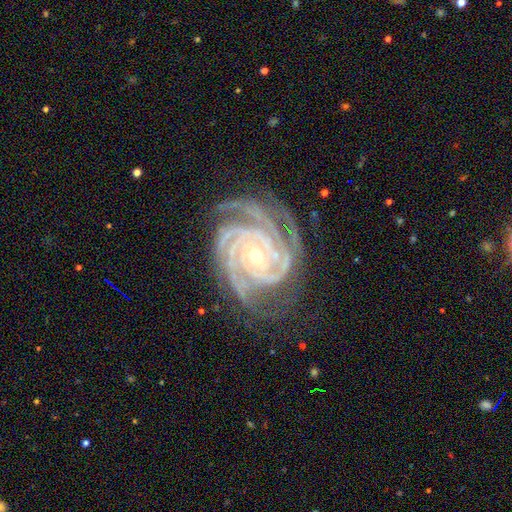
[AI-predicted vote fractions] Q: Smooth or featured?
A: featured or disk (93%); runner-up: star or artifact (5%)
Q: Edge-on disk?
A: no (98%); runner-up: yes (2%)
Q: Bar?
A: no (58%); runner-up: weak (25%)
Q: Spiral arms?
A: yes (99%); runner-up: no (1%)
Q: Spiral winding?
A: tight (82%); runner-up: medium (16%)
Q: Spiral arm count?
A: 4 (38%); runner-up: 3 (24%)
Q: Bulge size?
A: small (65%); runner-up: moderate (32%)
Q: Merging?
A: none (74%); runner-up: minor disturbance (18%)